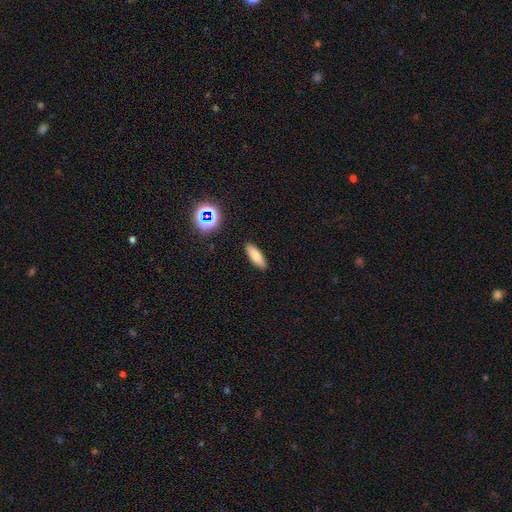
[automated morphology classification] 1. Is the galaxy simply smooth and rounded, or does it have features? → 79% smooth, 11% featured or disk, 10% star or artifact.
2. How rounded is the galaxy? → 56% in between, 41% cigar-shaped, 3% round.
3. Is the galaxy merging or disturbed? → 89% none, 7% minor disturbance, 2% major disturbance, 1% merger.